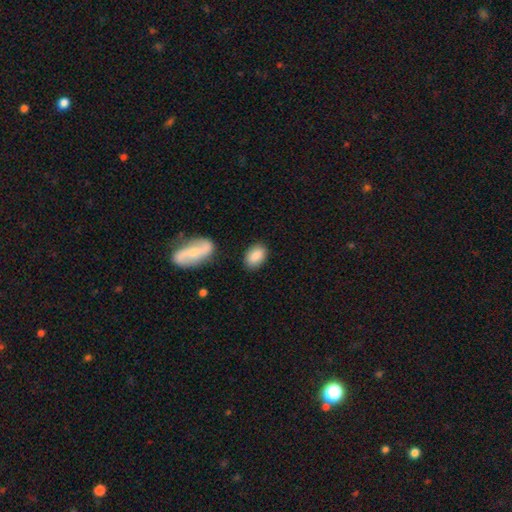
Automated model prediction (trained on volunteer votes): Overall: smooth (86%). How rounded: in between (87%). Merging: none (81%).